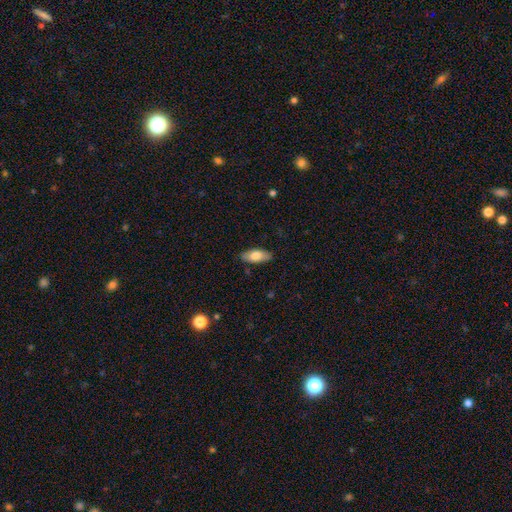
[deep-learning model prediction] Smooth or featured?
  - smooth: 76% *
  - featured or disk: 18%
  - star or artifact: 6%
How rounded?
  - in between: 84% *
  - cigar-shaped: 13%
  - round: 2%
Merging?
  - none: 86% *
  - minor disturbance: 11%
  - major disturbance: 2%
  - merger: 1%